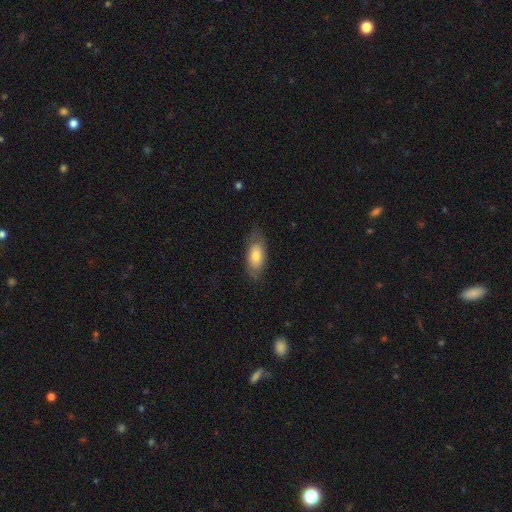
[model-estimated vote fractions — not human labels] This is likely a smooth galaxy (66%). How rounded: clearly in between (88%). Merging: likely none (72%).